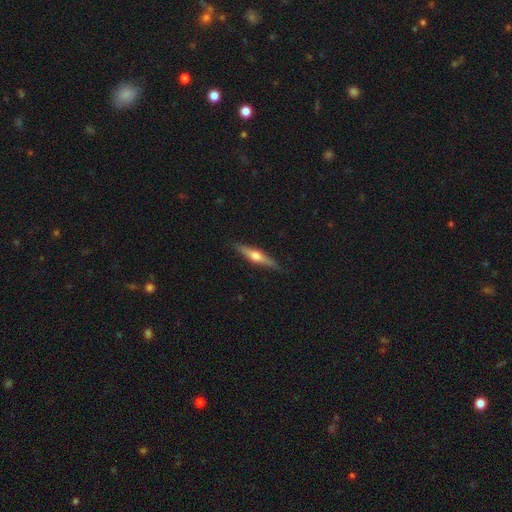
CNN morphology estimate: featured or disk 62%, smooth 32%, star or artifact 6%. Down the decision tree: edge-on disk — yes (96%); edge-on bulge — rounded (92%); merging — none (88%).